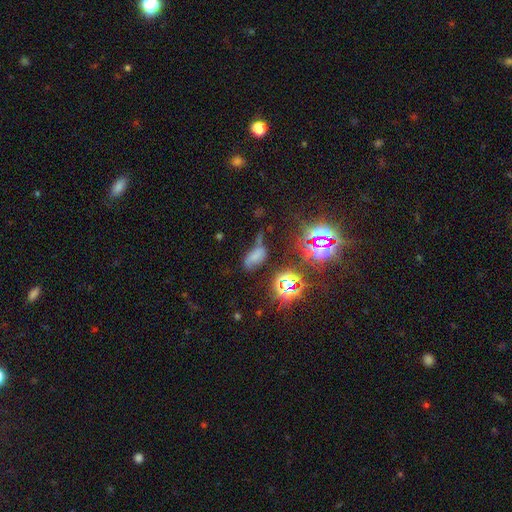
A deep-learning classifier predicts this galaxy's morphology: This is possibly a smooth galaxy (47%). Merging: marginally none (41%).